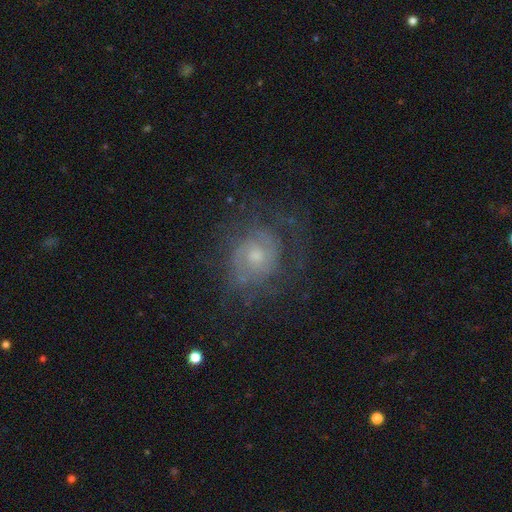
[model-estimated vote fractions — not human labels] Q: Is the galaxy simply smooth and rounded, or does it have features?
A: featured or disk — 70%.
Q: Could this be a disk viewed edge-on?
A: no — 97%.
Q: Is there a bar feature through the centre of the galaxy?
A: no — 76%.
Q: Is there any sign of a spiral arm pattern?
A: yes — 82%.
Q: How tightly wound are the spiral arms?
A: tight — 54%.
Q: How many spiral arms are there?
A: can't tell — 41%.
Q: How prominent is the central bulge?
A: moderate — 49%.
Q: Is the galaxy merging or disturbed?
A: none — 65%.